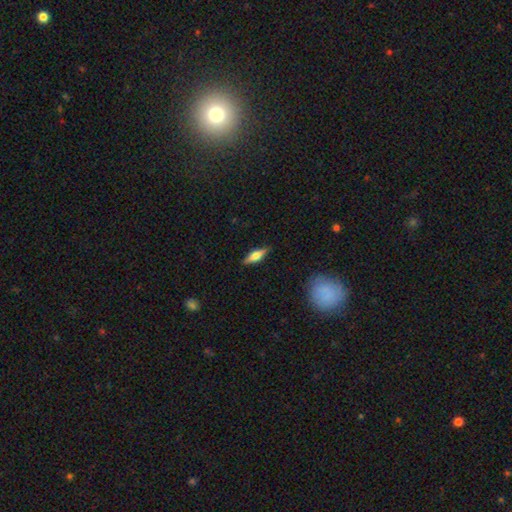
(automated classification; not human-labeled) This appears to be a featured or disk galaxy (57%) viewed edge-on (95%) with a rounded central bulge (87%). Merging: none (86%).